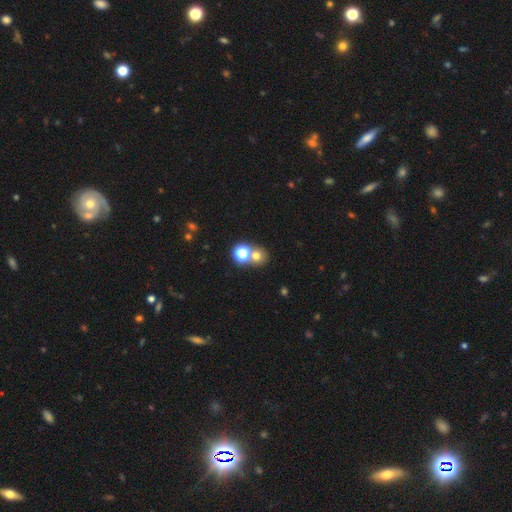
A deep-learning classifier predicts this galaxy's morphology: This appears to be a smooth galaxy with no disk features (65%) that is round (81%). Merging: none (54%).